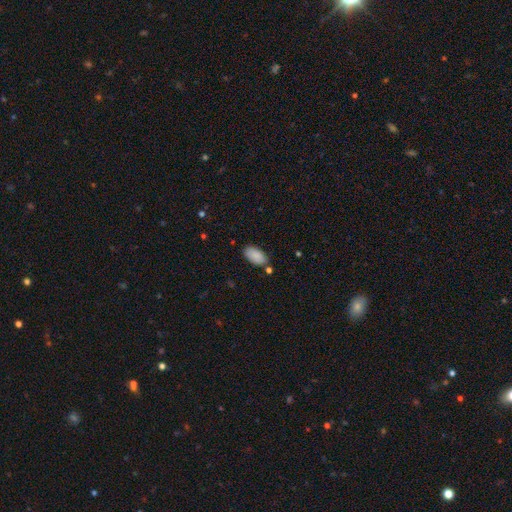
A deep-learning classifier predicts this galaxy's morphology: A smooth galaxy with no disk features (89%) that is in between round and cigar-shaped (94%).

Vote fractions:
- Smooth or featured? smooth: 89% / star or artifact: 7% / featured or disk: 4%
- How rounded? in between: 94% / cigar-shaped: 3% / round: 3%
- Merging? none: 77% / minor disturbance: 14% / merger: 6% / major disturbance: 3%